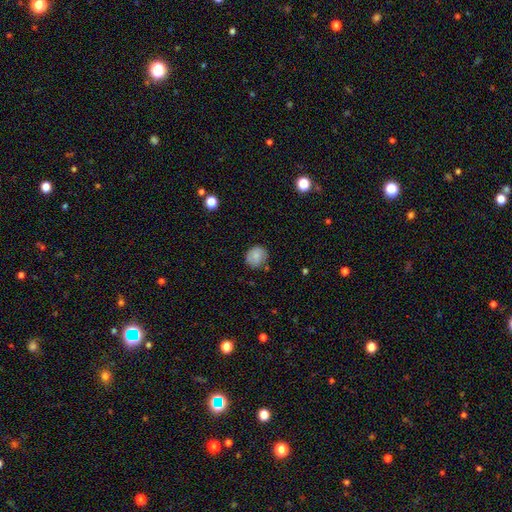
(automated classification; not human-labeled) smooth 79%, featured or disk 12%, star or artifact 9%. Down the decision tree: how rounded — round (84%); merging — none (75%).